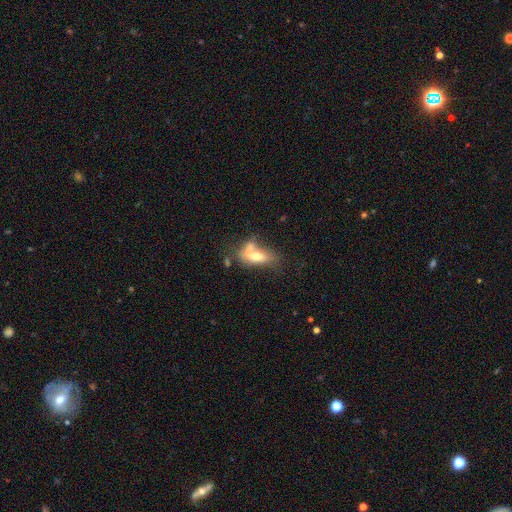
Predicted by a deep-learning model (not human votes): Smooth or featured: smooth — 57% (featured or disk — 34%)
How rounded: in between — 79% (cigar-shaped — 13%)
Merging: merger — 35% (none — 26%)